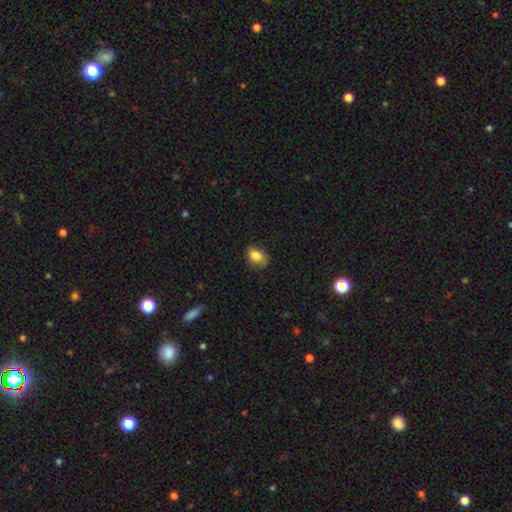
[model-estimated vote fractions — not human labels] Smooth or featured? smooth (82%)
How rounded? in between (65%)
Merging? none (55%)